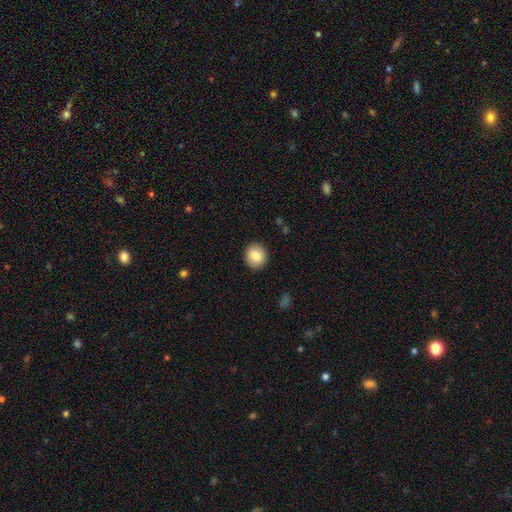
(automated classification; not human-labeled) The model was most divided on "how rounded": round: 79%, in between: 20%, cigar-shaped: 1%. More confident: merging — none (90%); smooth or featured — smooth (84%).